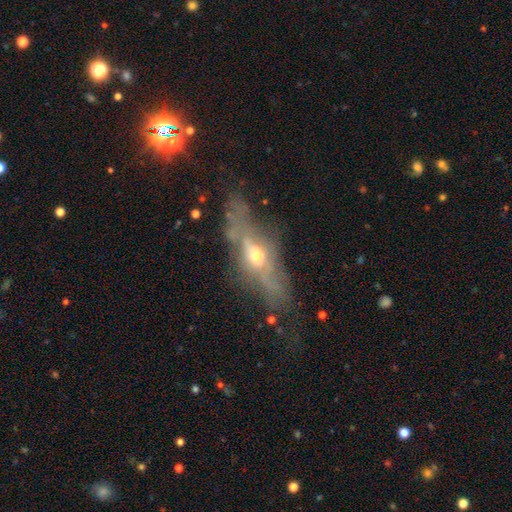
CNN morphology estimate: smooth_or_featured: featured or disk (p=0.65) [alt: smooth p=0.23]
disk_edge_on: yes (p=0.53) [alt: no p=0.47]
merging: none (p=0.51) [alt: minor disturbance p=0.24]